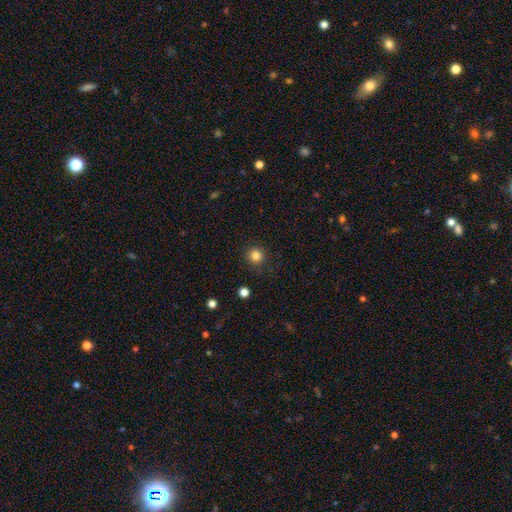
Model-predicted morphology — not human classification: Smooth or featured: smooth — 83% (star or artifact — 12%)
How rounded: round — 95% (in between — 4%)
Merging: none — 90% (minor disturbance — 7%)